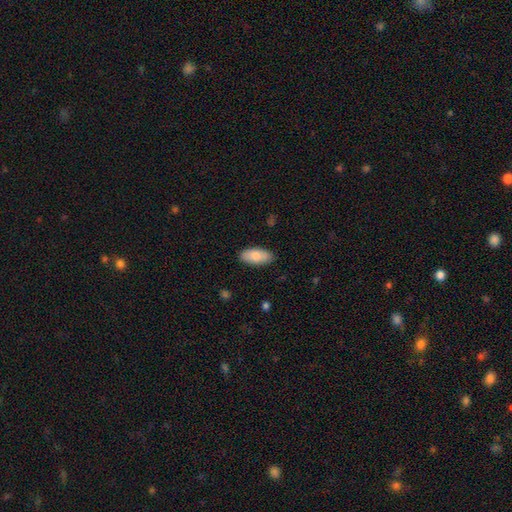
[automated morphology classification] Smooth or featured? smooth (81%)
How rounded? in between (91%)
Merging? none (86%)